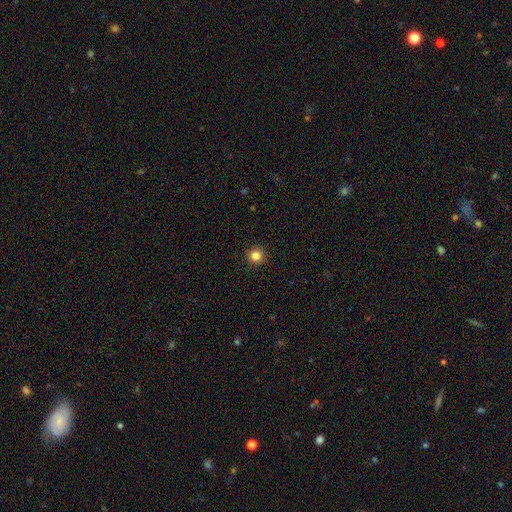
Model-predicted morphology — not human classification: A smooth galaxy with no disk features (84%) that is round (95%). Merging: none (93%).